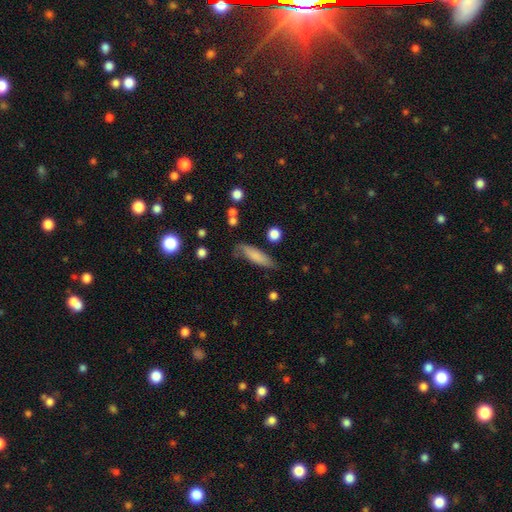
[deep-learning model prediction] A smooth galaxy with no disk features (77%) that is cigar-shaped (68%).

Vote fractions:
- Smooth or featured? smooth: 77% / featured or disk: 15% / star or artifact: 7%
- How rounded? cigar-shaped: 68% / in between: 30% / round: 2%
- Merging? none: 72% / minor disturbance: 20% / major disturbance: 5% / merger: 3%